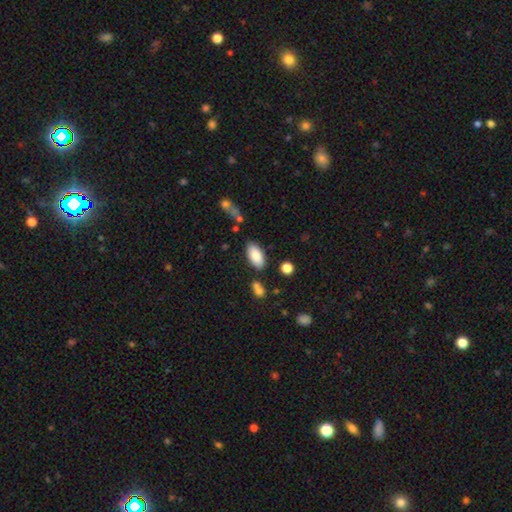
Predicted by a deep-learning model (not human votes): This appears to be a smooth galaxy with no disk features (85%) that is in between round and cigar-shaped (93%). Merging: none (80%).